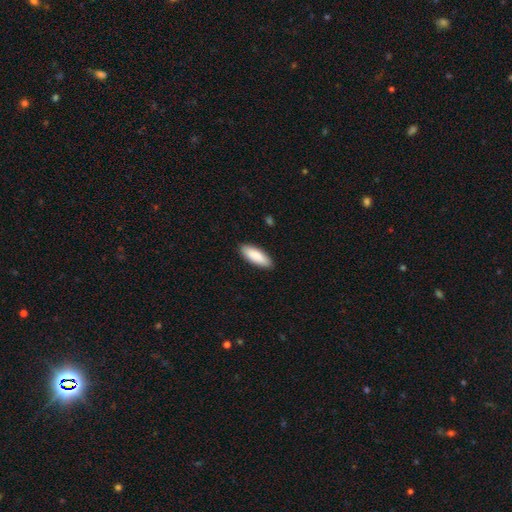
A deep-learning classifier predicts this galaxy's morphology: Smooth or featured? Predicted: smooth (p=0.89). How rounded? Predicted: in between (p=0.66). Merging? Predicted: none (p=0.88).